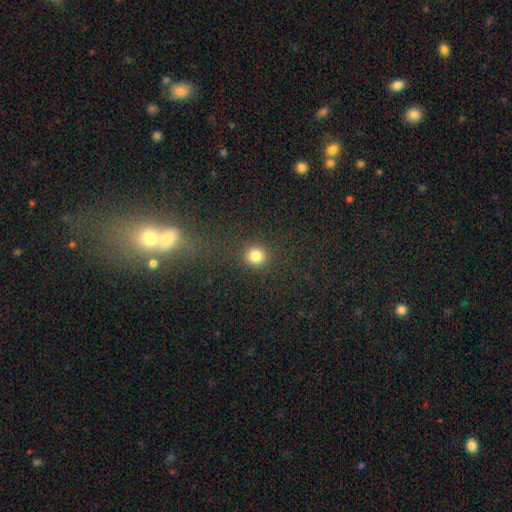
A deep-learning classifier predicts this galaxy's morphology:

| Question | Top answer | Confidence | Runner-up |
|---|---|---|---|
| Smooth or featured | smooth | 82% | star or artifact (13%) |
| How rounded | round | 87% | in between (11%) |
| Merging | none | 85% | minor disturbance (8%) |